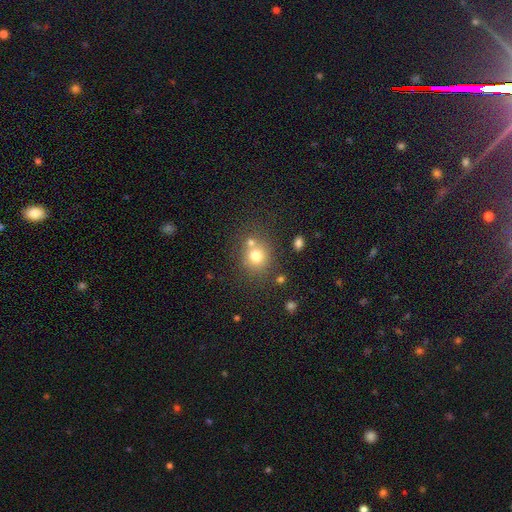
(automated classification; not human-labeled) Smooth or featured? smooth (75%)
How rounded? round (83%)
Merging? none (63%)